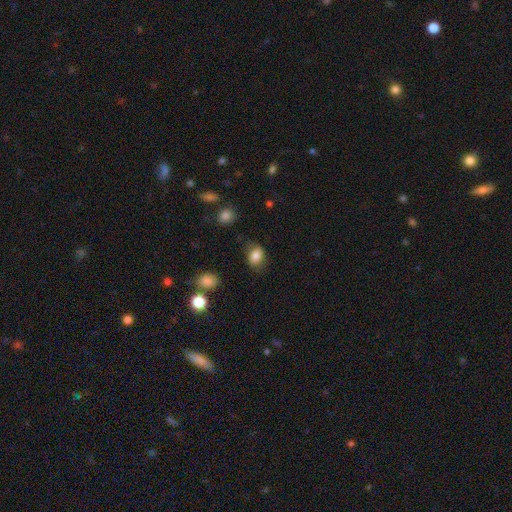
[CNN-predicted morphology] This is clearly a smooth galaxy (81%). How rounded: likely in between (68%). Merging: likely none (72%).